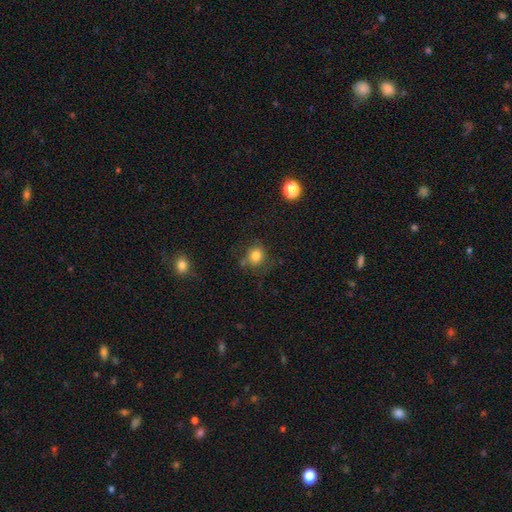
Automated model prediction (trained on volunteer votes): Overall: smooth (81%). How rounded: round (78%). Merging: none (71%).